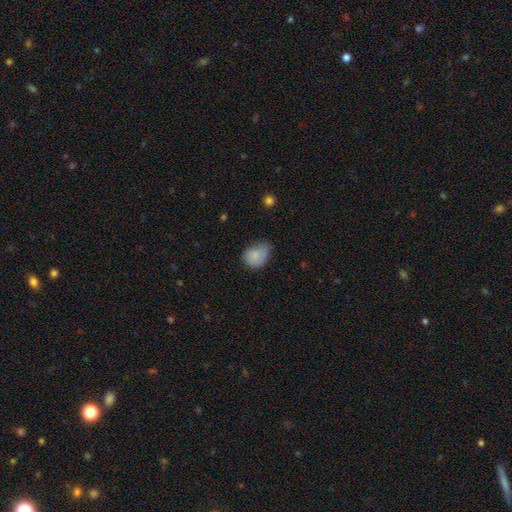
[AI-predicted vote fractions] Smooth or featured: smooth — 80% (featured or disk — 11%)
How rounded: in between — 57% (round — 42%)
Merging: minor disturbance — 44% (none — 38%)